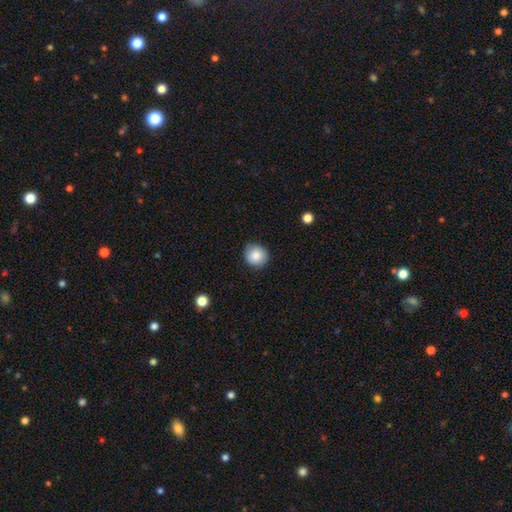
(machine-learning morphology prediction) Q: Smooth or featured?
A: smooth (85%); runner-up: star or artifact (9%)
Q: How rounded?
A: round (89%); runner-up: in between (10%)
Q: Merging?
A: none (86%); runner-up: minor disturbance (11%)